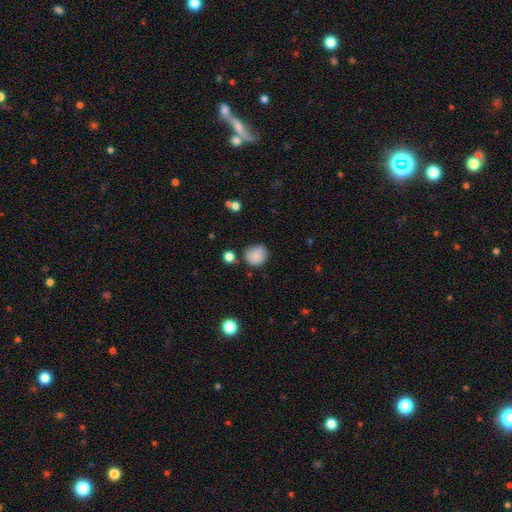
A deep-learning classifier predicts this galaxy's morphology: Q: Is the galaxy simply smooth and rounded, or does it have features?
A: smooth — 85%.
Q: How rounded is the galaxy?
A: round — 82%.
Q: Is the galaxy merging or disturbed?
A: none — 74%.